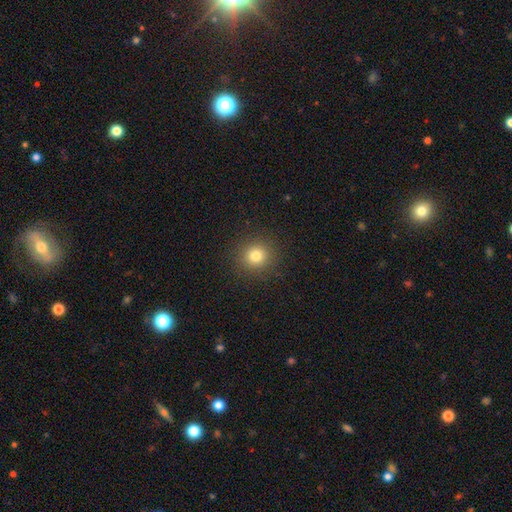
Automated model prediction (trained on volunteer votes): Q: Smooth or featured?
A: smooth (79%); runner-up: star or artifact (14%)
Q: How rounded?
A: round (92%); runner-up: in between (7%)
Q: Merging?
A: none (91%); runner-up: minor disturbance (6%)